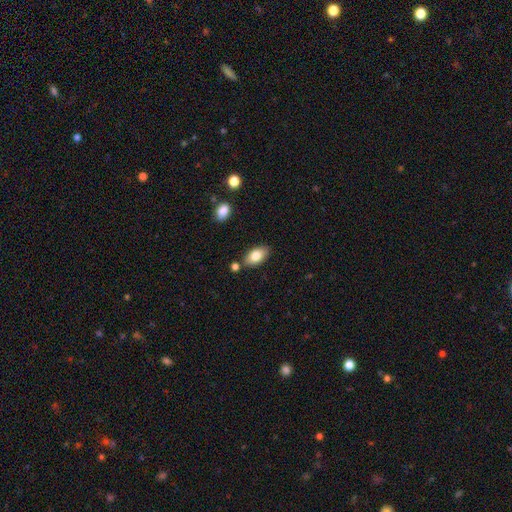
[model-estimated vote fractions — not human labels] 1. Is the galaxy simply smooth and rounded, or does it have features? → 80% smooth, 13% featured or disk, 7% star or artifact.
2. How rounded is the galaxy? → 93% in between, 4% round, 3% cigar-shaped.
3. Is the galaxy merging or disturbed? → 81% none, 11% minor disturbance, 5% merger, 2% major disturbance.